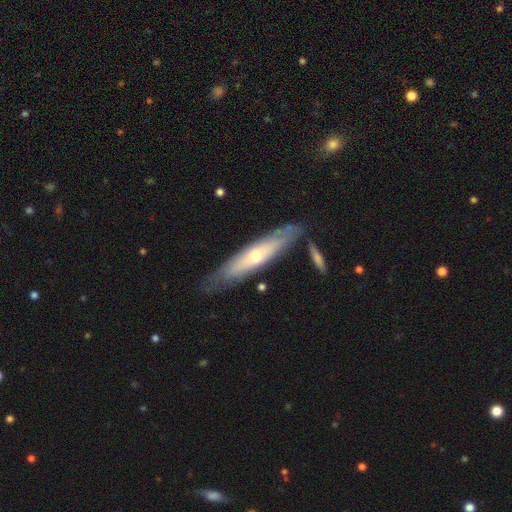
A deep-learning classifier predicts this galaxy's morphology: A featured or disk galaxy (56%) viewed edge-on (57%).

Vote fractions:
- Smooth or featured? featured or disk: 56% / smooth: 38% / star or artifact: 6%
- Edge-on disk? yes: 57% / no: 43%
- Merging? none: 75% / minor disturbance: 16% / major disturbance: 4% / merger: 4%